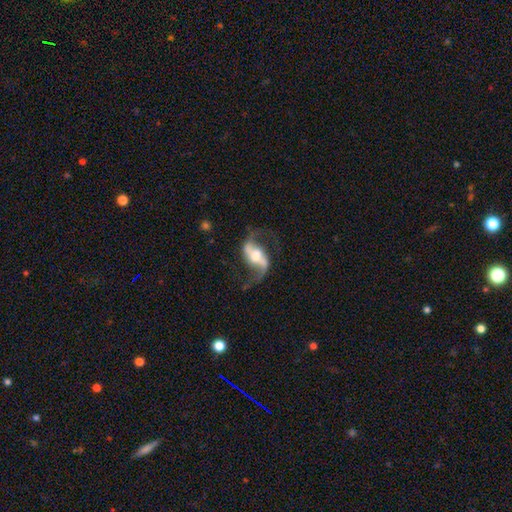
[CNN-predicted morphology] Smooth or featured? featured or disk (89%)
Edge-on disk? no (96%)
Bar? strong (46%)
Spiral arms? yes (96%)
Spiral winding? loose (68%)
Spiral arm count? 2 (94%)
Bulge size? moderate (54%)
Merging? none (72%)